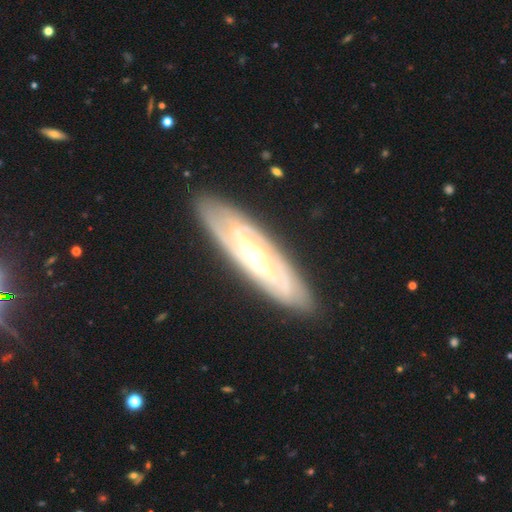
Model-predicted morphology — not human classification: smooth_or_featured: featured or disk (p=0.83) [alt: smooth p=0.12]
disk_edge_on: no (p=0.76) [alt: yes p=0.24]
bar: no (p=0.44) [alt: weak p=0.34]
has_spiral_arms: yes (p=0.87) [alt: no p=0.13]
spiral_winding: tight (p=0.68) [alt: medium p=0.25]
spiral_arm_count: can't tell (p=0.46) [alt: 2 p=0.29]
bulge_size: moderate (p=0.59) [alt: small p=0.34]
merging: none (p=0.85) [alt: minor disturbance p=0.11]